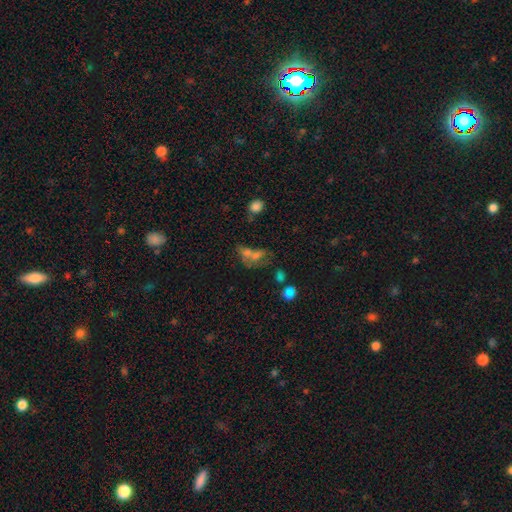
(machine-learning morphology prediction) Smooth or featured? Predicted: smooth (p=0.55). How rounded? Predicted: in between (p=0.68). Merging? Predicted: merger (p=0.52).